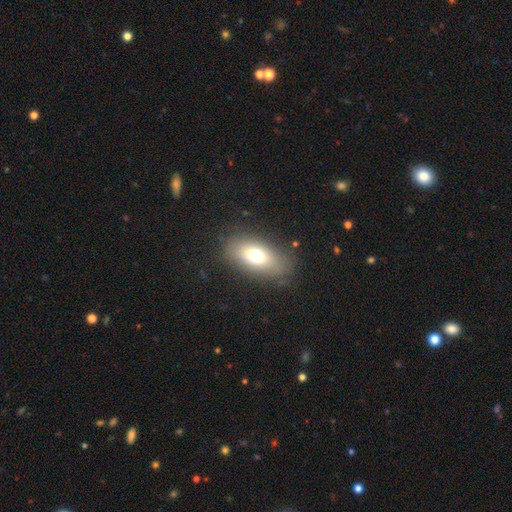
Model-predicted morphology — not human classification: The model was most divided on "smooth or featured": smooth: 71%, featured or disk: 19%, star or artifact: 10%. More confident: how rounded — in between (86%); merging — none (81%).